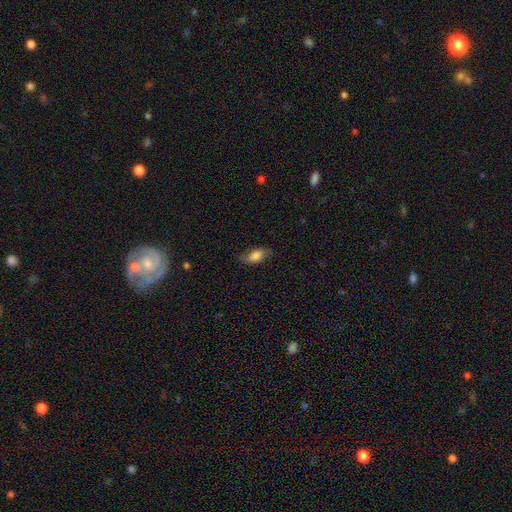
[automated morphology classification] A smooth galaxy with no disk features (74%) that is in between round and cigar-shaped (87%).

Vote fractions:
- Smooth or featured? smooth: 74% / featured or disk: 18% / star or artifact: 8%
- How rounded? in between: 87% / cigar-shaped: 9% / round: 5%
- Merging? none: 74% / minor disturbance: 19% / major disturbance: 6% / merger: 1%